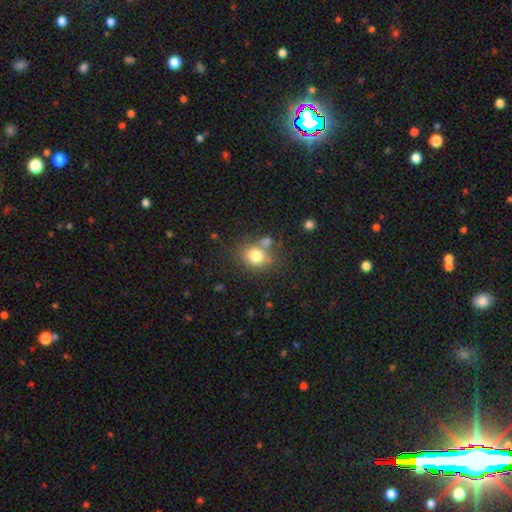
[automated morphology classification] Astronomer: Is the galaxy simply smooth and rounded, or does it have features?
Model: smooth — 78%.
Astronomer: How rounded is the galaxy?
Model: round — 60% (runner-up: in between, 39%).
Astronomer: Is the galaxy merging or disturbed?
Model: none — 58%.